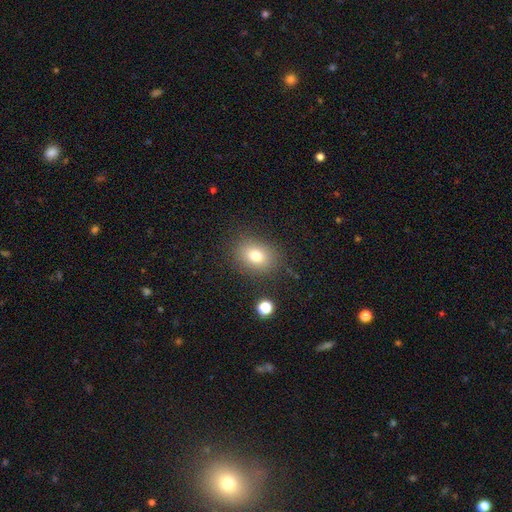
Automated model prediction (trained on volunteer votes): Overall: smooth (78%). How rounded: in between (58%; round 41%). Merging: none (82%).